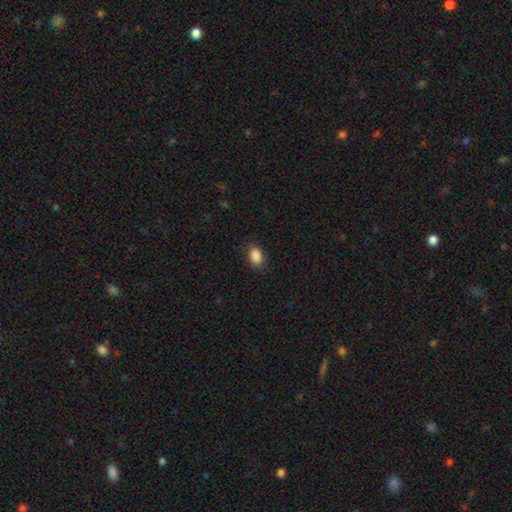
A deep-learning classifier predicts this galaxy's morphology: smooth-or-featured: smooth: 88% | star or artifact: 8% | featured or disk: 4%
  how-rounded: in between: 85% | round: 14% | cigar-shaped: 1%
  merging: none: 82% | minor disturbance: 14% | major disturbance: 3% | merger: 1%